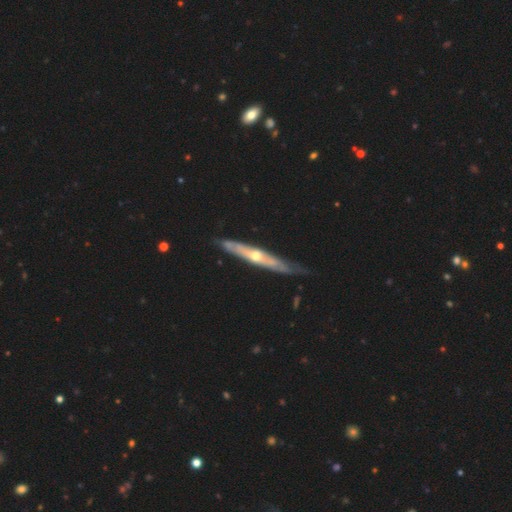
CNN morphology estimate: Smooth or featured? Predicted: featured or disk (p=0.73). Edge-on disk? Predicted: yes (p=0.73). Edge-on bulge? Predicted: rounded (p=0.80). Merging? Predicted: none (p=0.71).